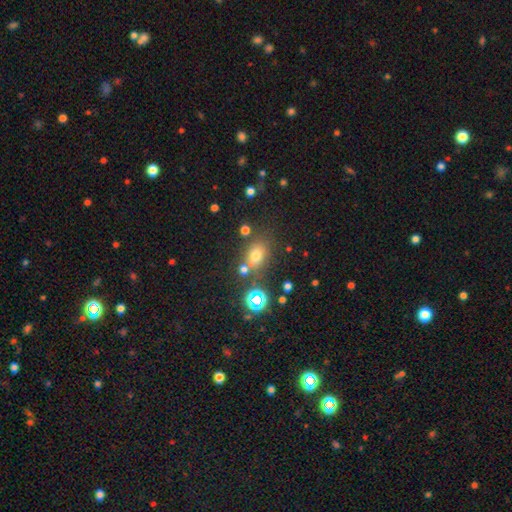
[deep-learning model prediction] This is likely a smooth galaxy (64%). How rounded: possibly in between (52%). Merging: likely none (66%).